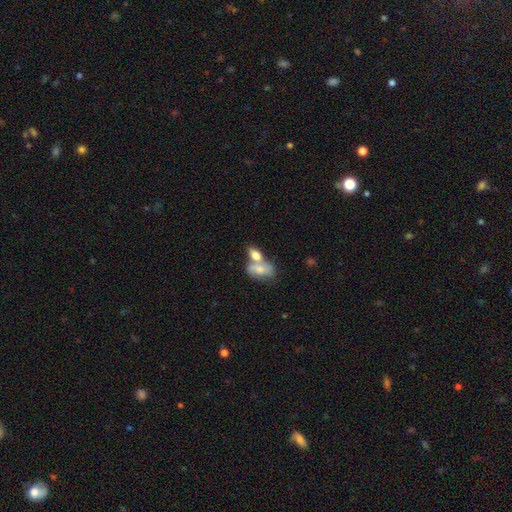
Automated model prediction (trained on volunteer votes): Smooth or featured?
  - smooth: 72% *
  - featured or disk: 20%
  - star or artifact: 7%
How rounded?
  - in between: 85% *
  - round: 9%
  - cigar-shaped: 6%
Merging?
  - merger: 60% *
  - none: 26%
  - minor disturbance: 10%
  - major disturbance: 5%